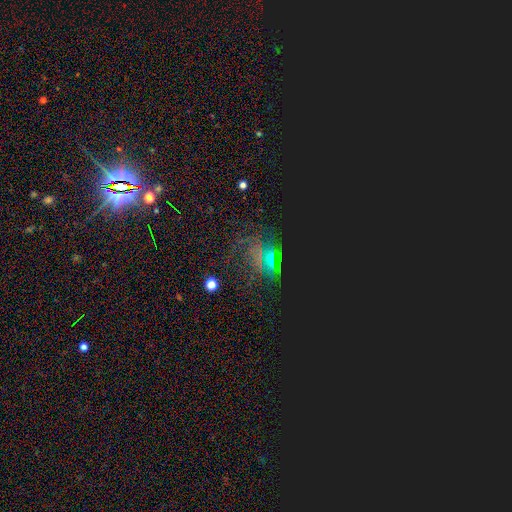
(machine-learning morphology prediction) smooth-or-featured: star or artifact: 59% | featured or disk: 27% | smooth: 14%